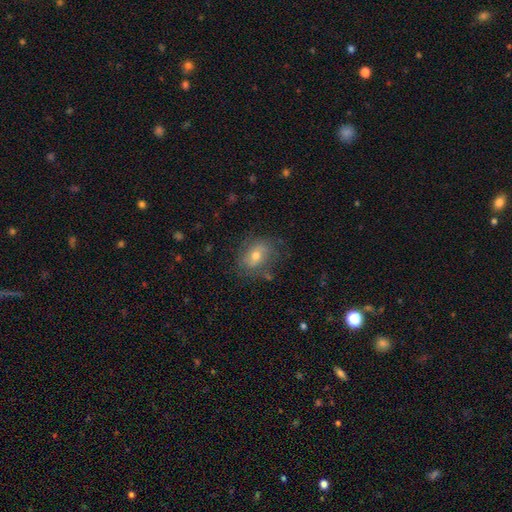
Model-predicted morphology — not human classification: Q: Smooth or featured?
A: smooth (58%); runner-up: featured or disk (30%)
Q: How rounded?
A: in between (66%); runner-up: round (32%)
Q: Merging?
A: none (71%); runner-up: minor disturbance (19%)